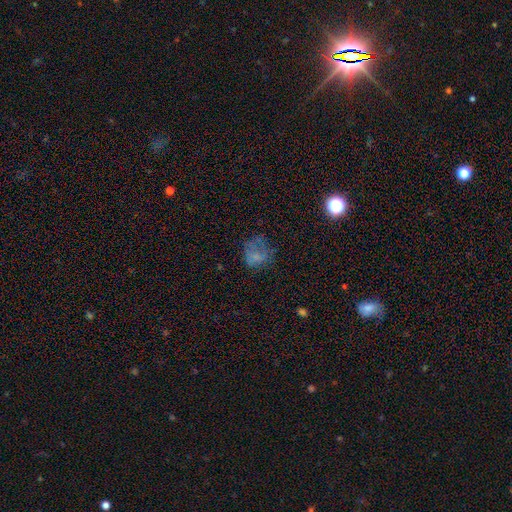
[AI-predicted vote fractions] This appears to be a smooth galaxy with no disk features (56%) that is round (64%). Merging: none (45%).